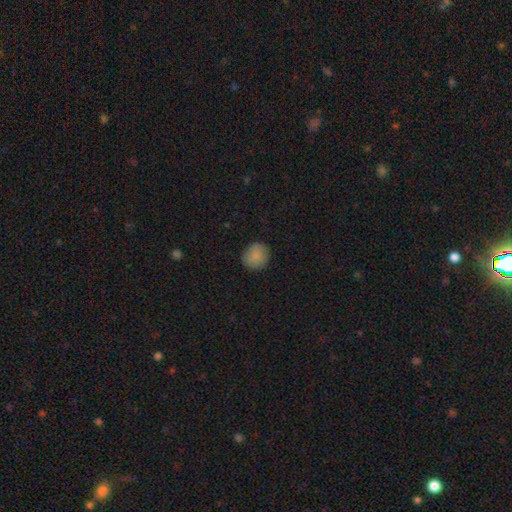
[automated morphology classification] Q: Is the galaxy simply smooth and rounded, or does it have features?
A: smooth — 86%.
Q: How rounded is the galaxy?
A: round — 89%.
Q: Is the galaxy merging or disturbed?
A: none — 86%.